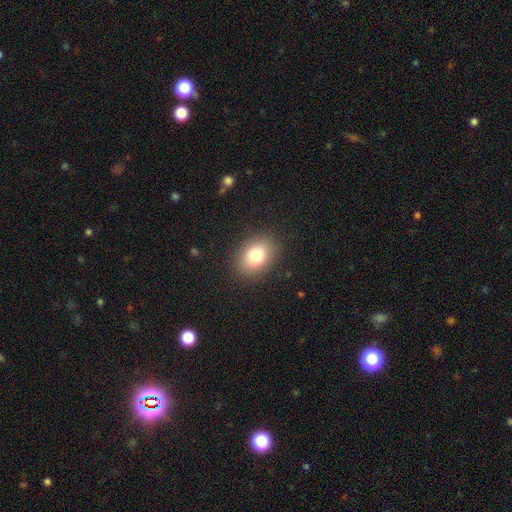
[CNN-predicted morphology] The model was most divided on "how rounded": in between: 72%, round: 27%, cigar-shaped: 1%. More confident: merging — none (87%); smooth or featured — smooth (81%).